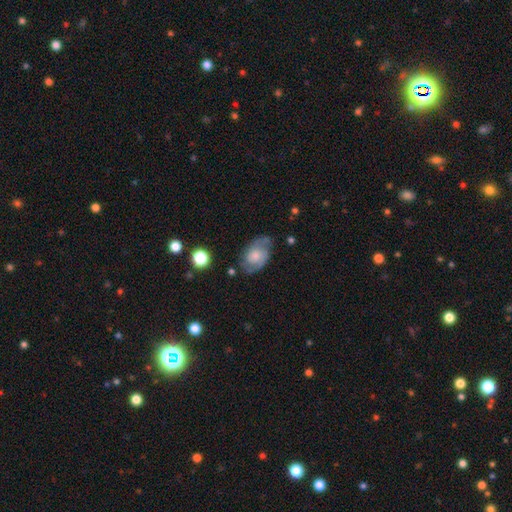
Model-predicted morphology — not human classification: This is possibly a featured or disk galaxy (53%). It is clearly not viewed edge-on (95%). Bar: likely no (75%). Spiral arm pattern: likely yes (78%). Central bulge: marginally moderate (41%). Merging: likely none (61%).